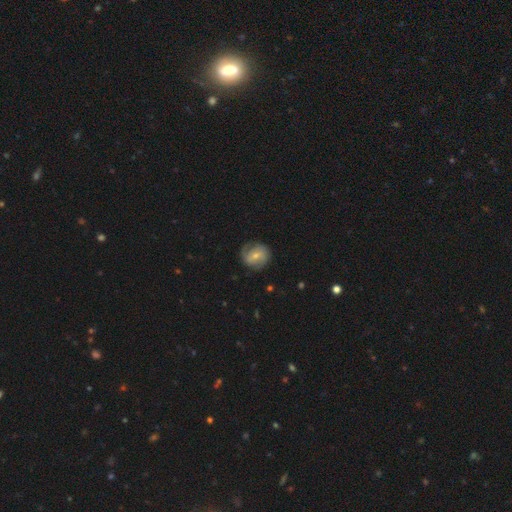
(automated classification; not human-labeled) This appears to be a featured or disk galaxy (57%) with no bar (44%), spiral arms (82%) and a small central bulge (52%). Merging: none (72%).